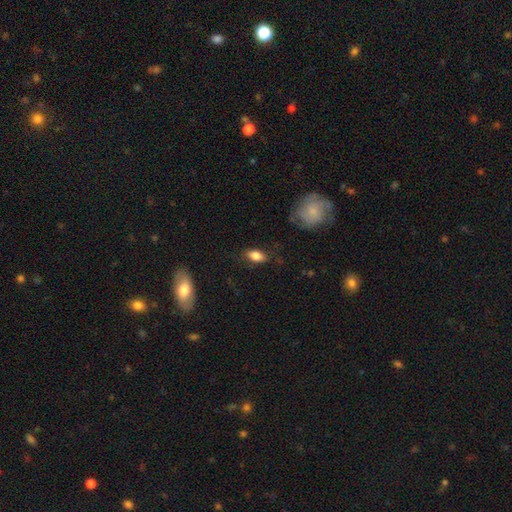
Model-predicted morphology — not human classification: smooth_or_featured: smooth (p=0.82) [alt: featured or disk p=0.10]
how_rounded: in between (p=0.88) [alt: round p=0.06]
merging: none (p=0.77) [alt: minor disturbance p=0.16]